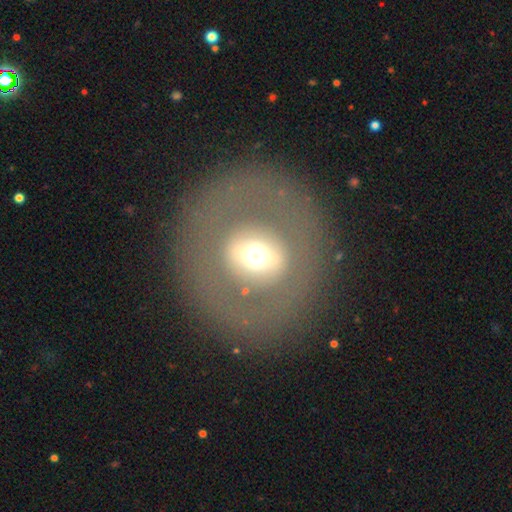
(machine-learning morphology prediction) type=featured or disk (45%); merging=none (82%).